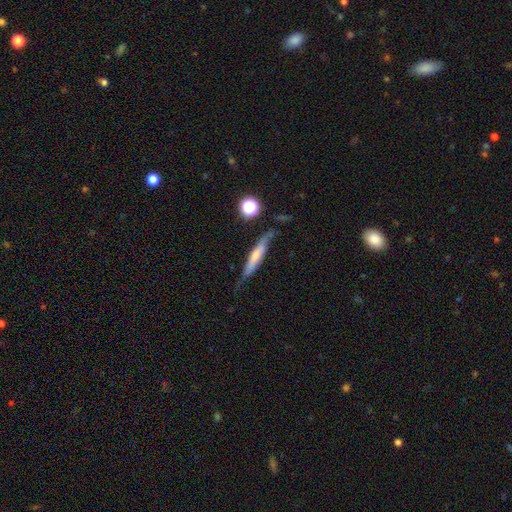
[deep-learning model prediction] Morphology: type=smooth (47%); merging=none (62%).